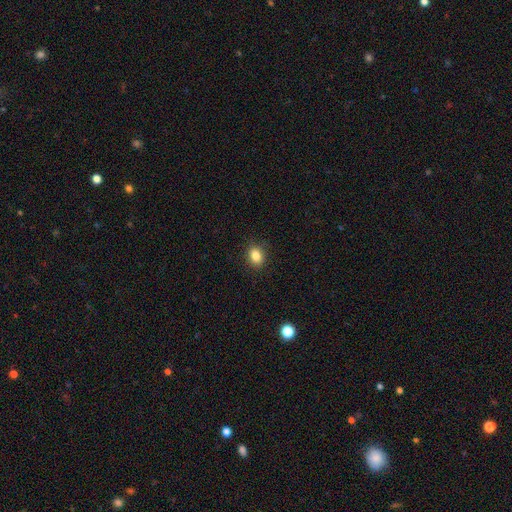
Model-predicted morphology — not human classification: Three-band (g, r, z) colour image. It shows a smooth galaxy with no disk features (84%) that is in between round and cigar-shaped (56%). Merging: none (89%).